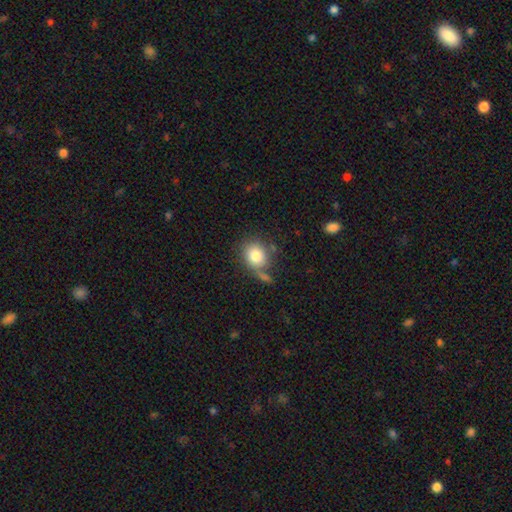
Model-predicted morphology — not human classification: A smooth galaxy with no disk features (81%) that is round (72%). Merging: none (62%).